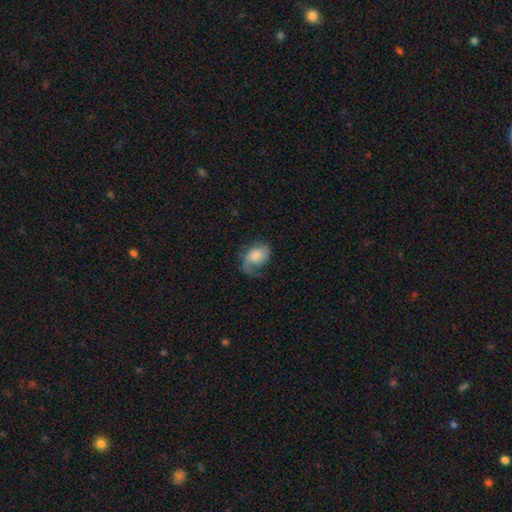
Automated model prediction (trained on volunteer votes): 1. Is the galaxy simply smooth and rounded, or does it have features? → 51% featured or disk, 41% smooth, 8% star or artifact.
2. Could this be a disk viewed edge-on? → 97% no, 3% yes.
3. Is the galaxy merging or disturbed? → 48% none, 27% minor disturbance, 23% major disturbance, 2% merger.